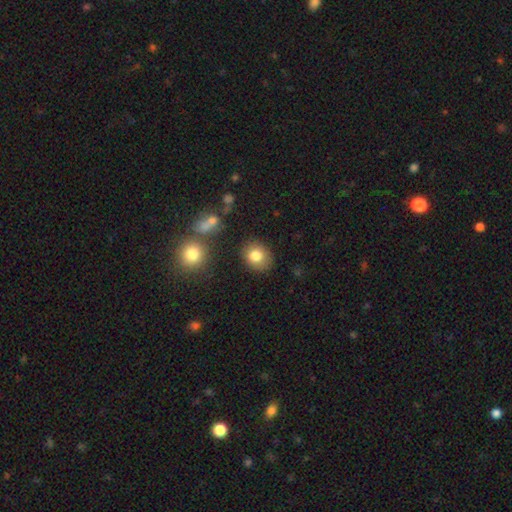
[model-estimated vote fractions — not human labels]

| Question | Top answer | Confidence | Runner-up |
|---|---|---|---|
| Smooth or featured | smooth | 81% | star or artifact (10%) |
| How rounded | round | 68% | in between (31%) |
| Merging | none | 84% | minor disturbance (10%) |